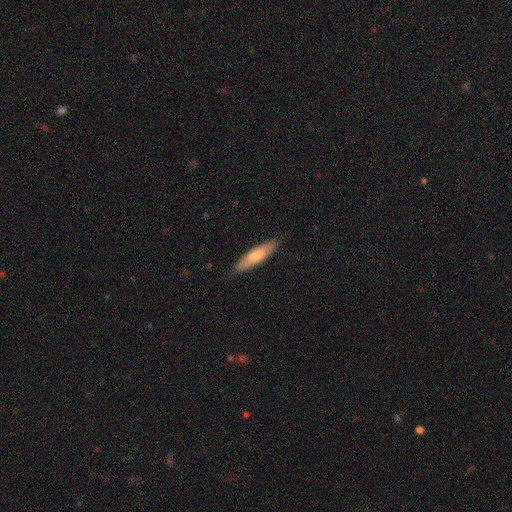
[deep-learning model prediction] Morphology: type=smooth (68%); roundness=cigar-shaped (69%); merging=none (86%).